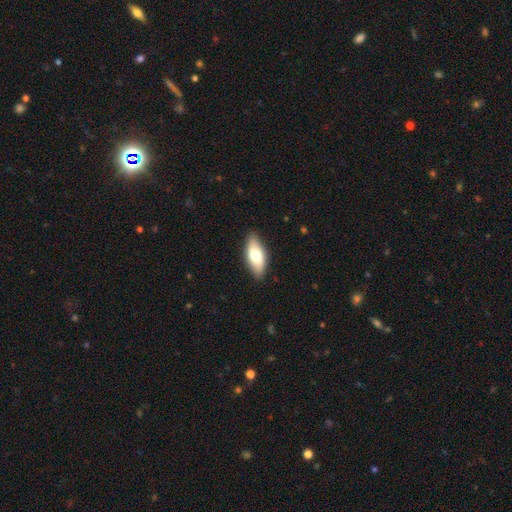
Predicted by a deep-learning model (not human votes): Smooth or featured? Predicted: smooth (p=0.70). How rounded? Predicted: in between (p=0.85). Merging? Predicted: none (p=0.86).